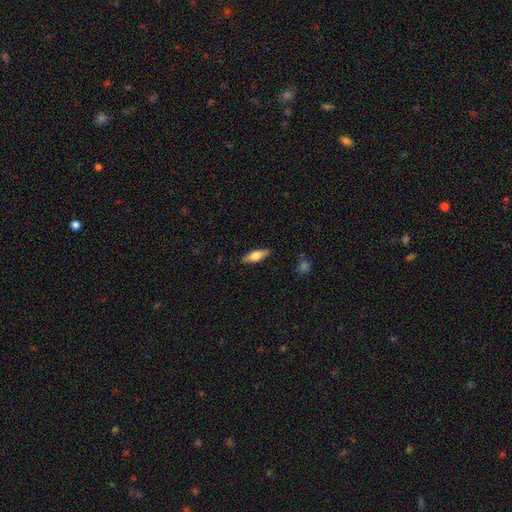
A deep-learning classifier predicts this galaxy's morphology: type=smooth (52%); roundness=in between (59%); merging=none (86%).